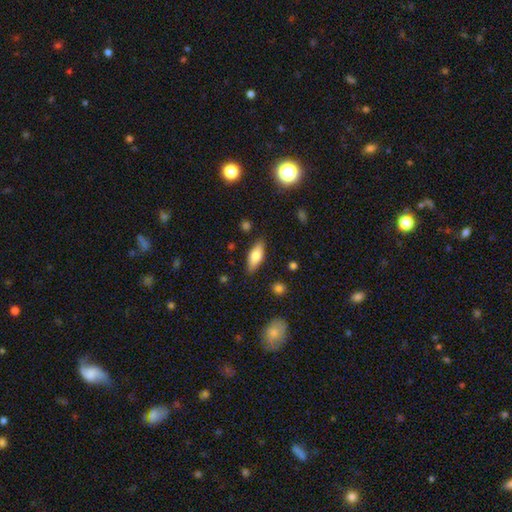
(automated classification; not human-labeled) Overall: smooth (72%). How rounded: in between (74%). Merging: none (84%).